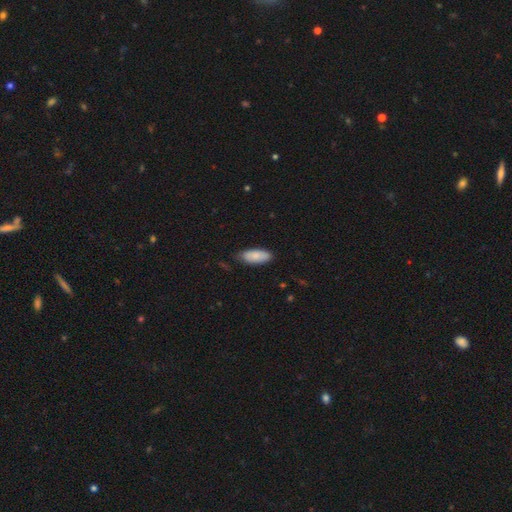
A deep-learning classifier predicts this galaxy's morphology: A smooth galaxy with no disk features (83%) that is in between round and cigar-shaped (85%). Merging: none (77%).